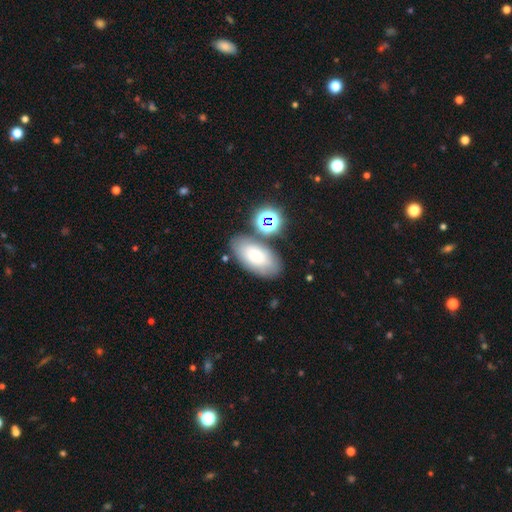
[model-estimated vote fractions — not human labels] smooth 74%, featured or disk 16%, star or artifact 10%. Down the decision tree: how rounded — in between (93%); merging — none (72%).